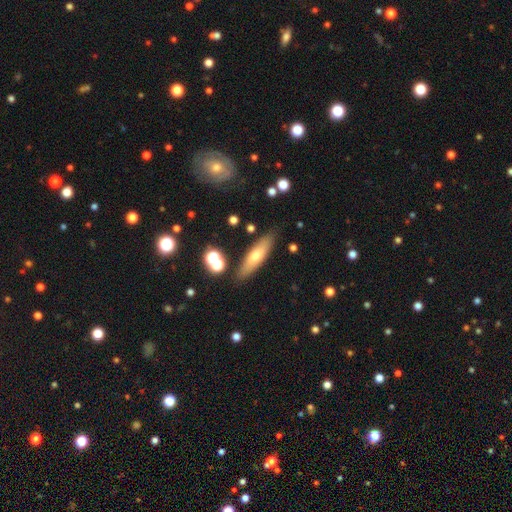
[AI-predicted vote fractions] This appears to be a smooth galaxy with no disk features (57%) that is cigar-shaped (66%). Merging: none (84%).